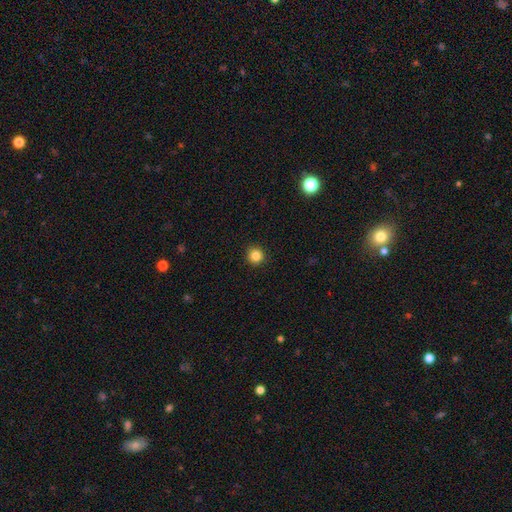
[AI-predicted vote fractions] Smooth or featured: smooth — 85% (star or artifact — 11%)
How rounded: round — 95% (in between — 4%)
Merging: none — 93% (minor disturbance — 5%)